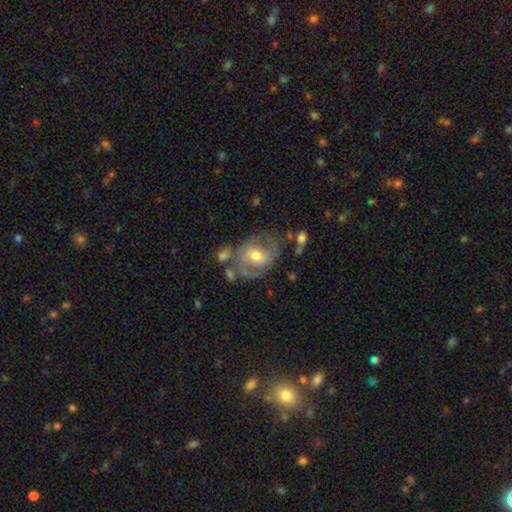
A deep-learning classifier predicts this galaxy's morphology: smooth-or-featured: featured or disk: 70% | smooth: 19% | star or artifact: 11%
  disk-edge-on: no: 96% | yes: 4%
    bar: no: 47% | weak: 39% | strong: 14%
    has-spiral-arms: yes: 76% | no: 24%
      spiral-winding: tight: 44% | medium: 41% | loose: 15%
      spiral-arm-count: 2: 60% | can't tell: 26% | 3: 5% | 1: 5% | 4: 2% | more than 4: 2%
    bulge-size: moderate: 64% | small: 29% | large: 5% | none: 2% | dominant: 1%
  merging: none: 59% | minor disturbance: 20% | major disturbance: 11% | merger: 10%